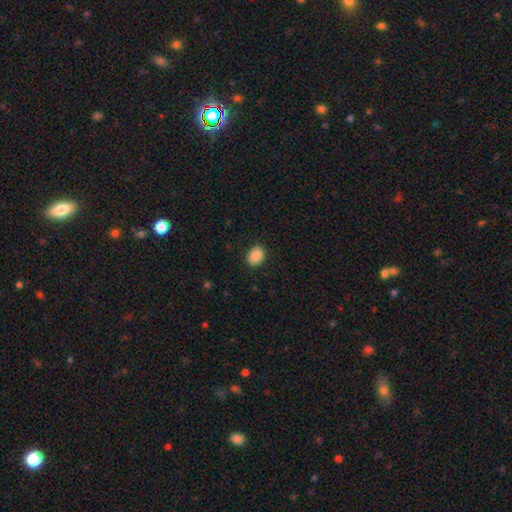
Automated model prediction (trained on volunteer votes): smooth 86%, star or artifact 8%, featured or disk 6%. Down the decision tree: how rounded — in between (56%); merging — none (89%).